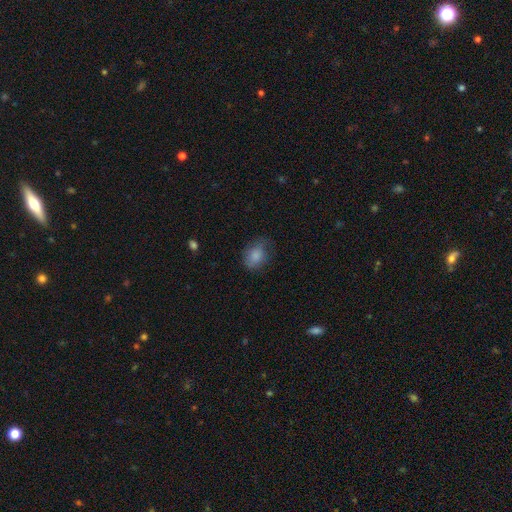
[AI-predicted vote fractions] Overall: smooth (82%). How rounded: in between (64%; round 35%). Merging: none (58%; minor disturbance 29%).